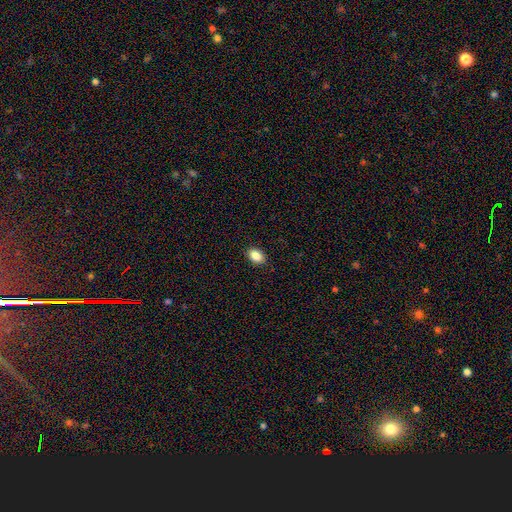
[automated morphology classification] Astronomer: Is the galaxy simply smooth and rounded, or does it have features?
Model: smooth — 86%.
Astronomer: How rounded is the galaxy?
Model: in between — 83%.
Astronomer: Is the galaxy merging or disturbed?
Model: none — 90%.